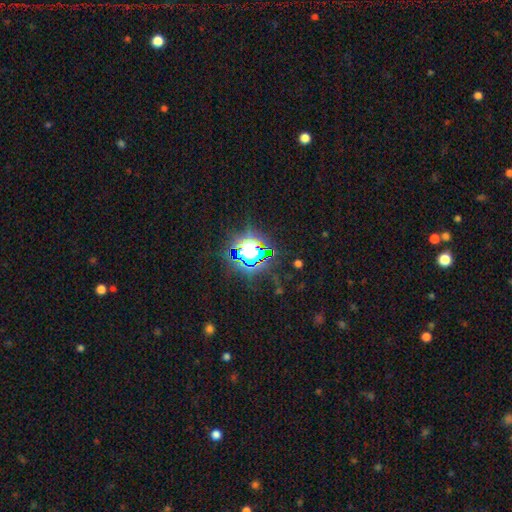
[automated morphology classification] Q: Smooth or featured?
A: star or artifact (75%); runner-up: smooth (16%)